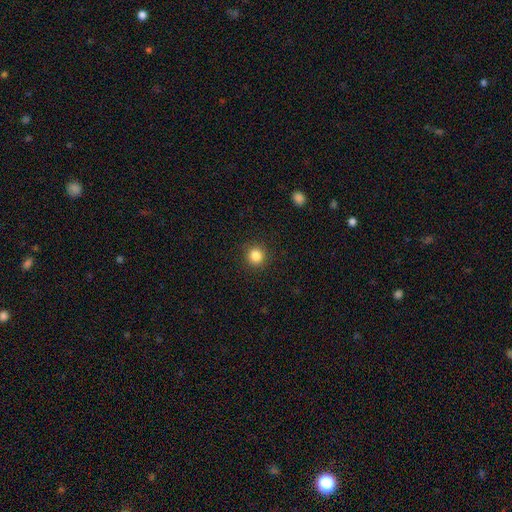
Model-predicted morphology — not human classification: This appears to be a smooth galaxy with no disk features (84%) that is round (94%). Merging: none (91%).